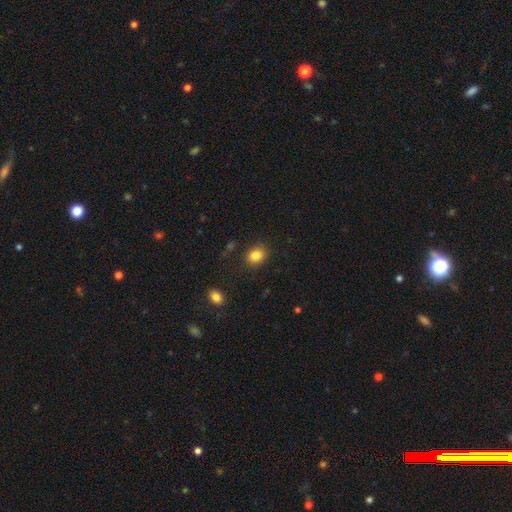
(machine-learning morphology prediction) smooth 84%, star or artifact 10%, featured or disk 6%. Down the decision tree: how rounded — round (53%); merging — none (85%).